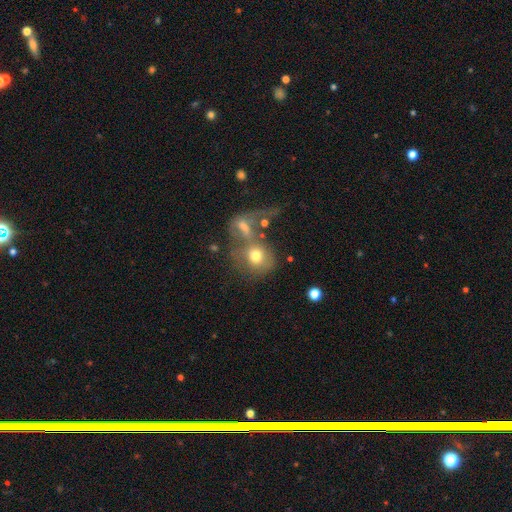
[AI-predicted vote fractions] smooth_or_featured: smooth (p=0.65) [alt: featured or disk p=0.24]
how_rounded: round (p=0.70) [alt: in between p=0.28]
merging: merger (p=0.55) [alt: none p=0.22]